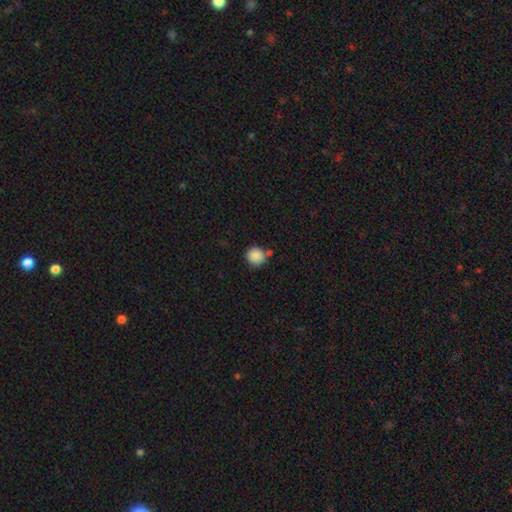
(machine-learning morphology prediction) A smooth galaxy with no disk features (88%) that is round (93%). Merging: none (72%).